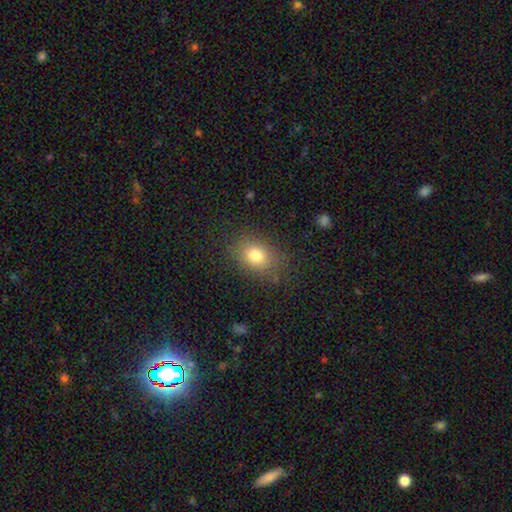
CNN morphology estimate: Smooth or featured? Predicted: smooth (p=0.79). How rounded? Predicted: in between (p=0.66). Merging? Predicted: none (p=0.81).